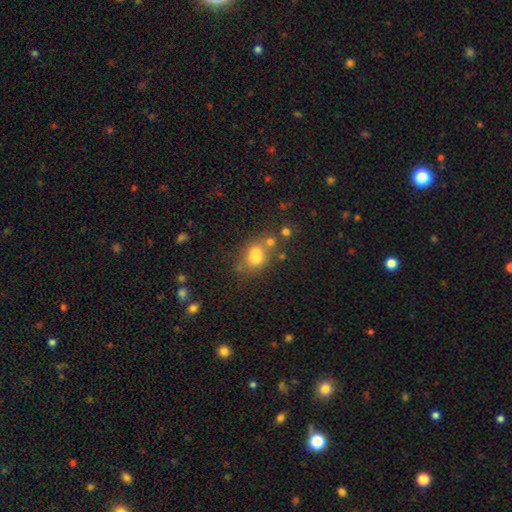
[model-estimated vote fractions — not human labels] Smooth or featured: smooth — 61% (featured or disk — 20%)
How rounded: round — 71% (in between — 28%)
Merging: merger — 49% (none — 39%)